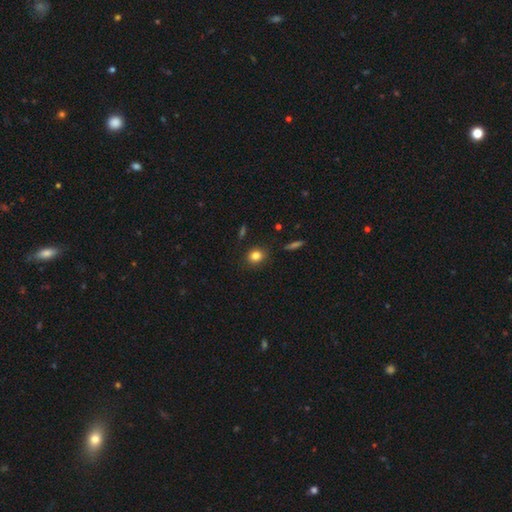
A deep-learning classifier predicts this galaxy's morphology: Overall: smooth (83%). How rounded: round (70%). Merging: none (87%).